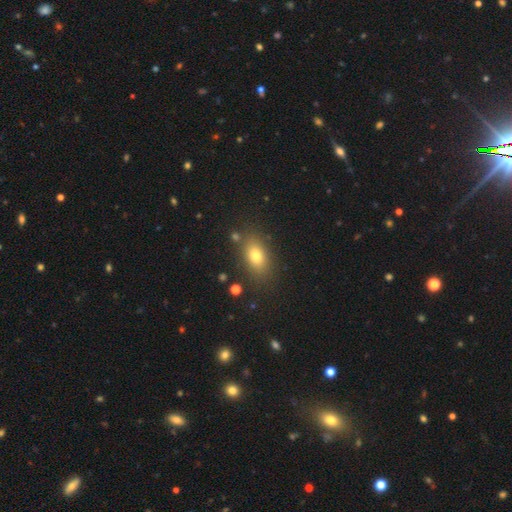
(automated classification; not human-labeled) A smooth galaxy with no disk features (77%) that is in between round and cigar-shaped (83%). Merging: none (83%).